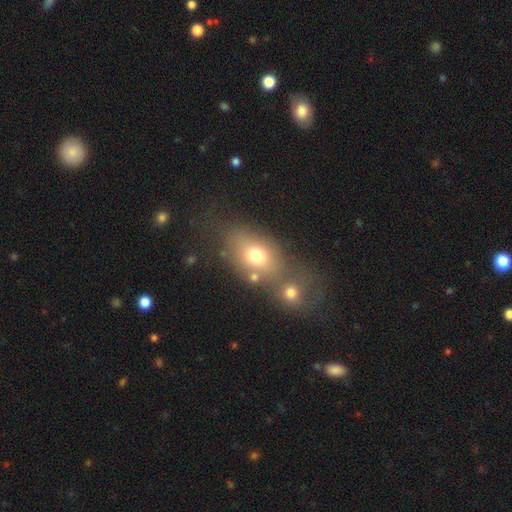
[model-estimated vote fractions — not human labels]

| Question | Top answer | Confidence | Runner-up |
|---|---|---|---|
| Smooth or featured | smooth | 70% | featured or disk (17%) |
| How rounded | in between | 69% | round (29%) |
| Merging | merger | 41% | none (40%) |